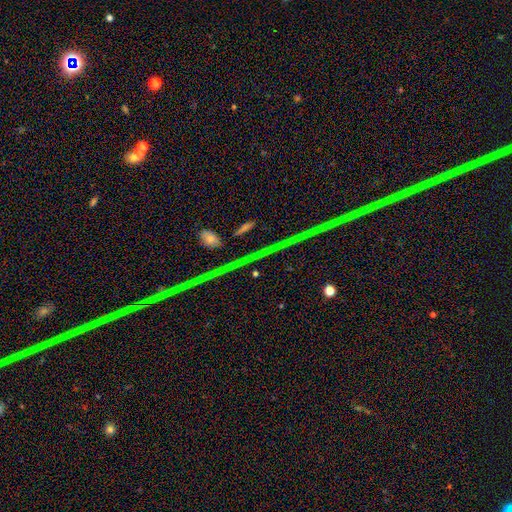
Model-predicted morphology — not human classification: This appears to be a star or artifact, not a galaxy (89%).